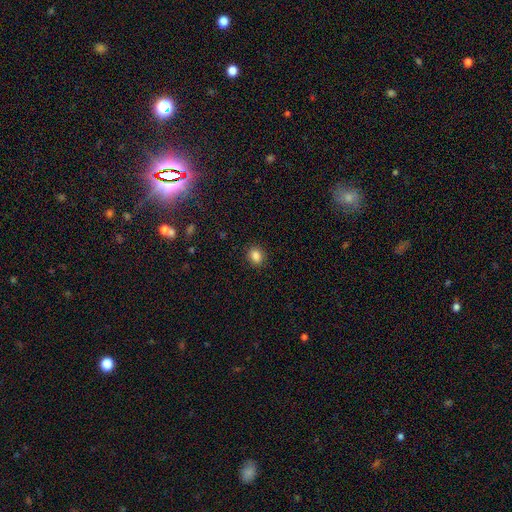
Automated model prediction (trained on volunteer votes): Morphology: type=smooth (86%); roundness=round (60%); merging=none (90%).